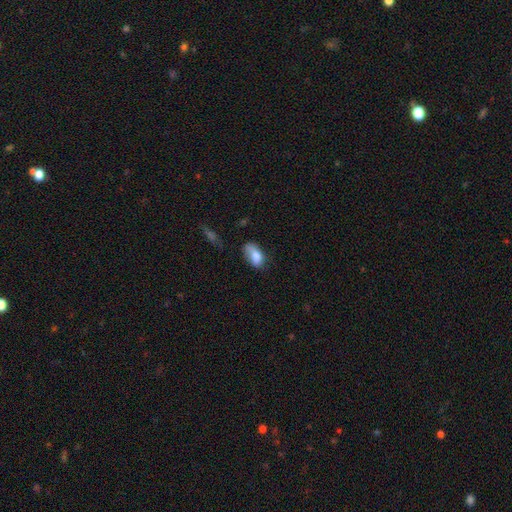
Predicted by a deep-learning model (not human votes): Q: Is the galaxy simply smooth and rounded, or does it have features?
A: smooth — 79%.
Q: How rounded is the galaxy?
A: in between — 91%.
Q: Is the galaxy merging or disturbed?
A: none — 42%.